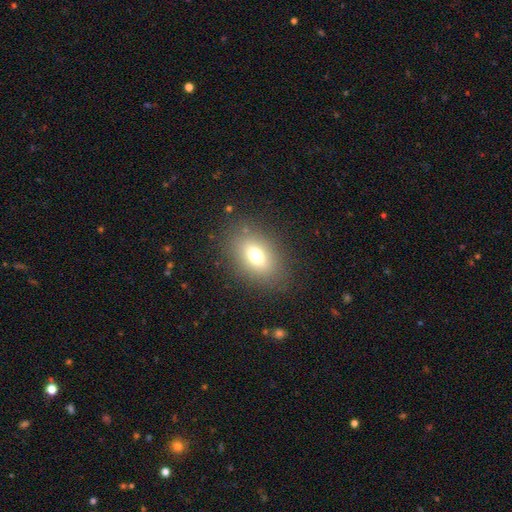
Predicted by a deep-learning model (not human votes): Q: Smooth or featured?
A: smooth (73%); runner-up: featured or disk (15%)
Q: How rounded?
A: in between (81%); runner-up: round (17%)
Q: Merging?
A: none (83%); runner-up: minor disturbance (11%)